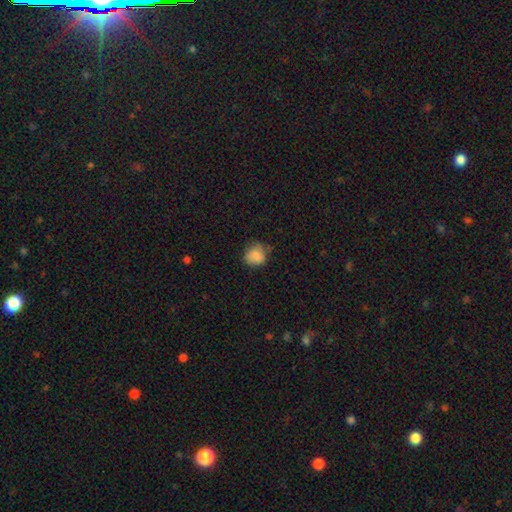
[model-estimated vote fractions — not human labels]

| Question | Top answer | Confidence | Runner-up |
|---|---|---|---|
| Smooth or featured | smooth | 83% | star or artifact (9%) |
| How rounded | round | 77% | in between (22%) |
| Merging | none | 64% | minor disturbance (27%) |